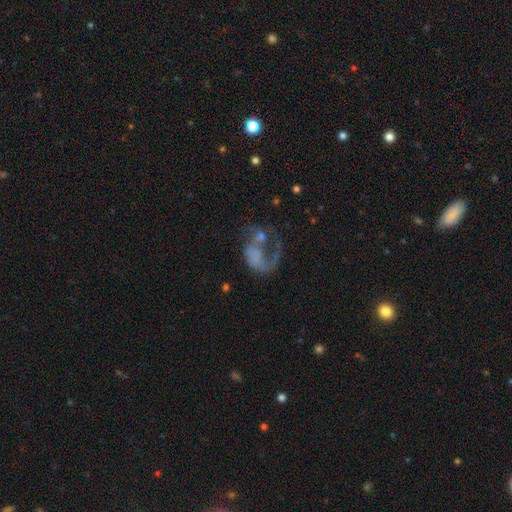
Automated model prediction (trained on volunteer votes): Q: Smooth or featured?
A: featured or disk (61%); runner-up: smooth (28%)
Q: Edge-on disk?
A: no (98%); runner-up: yes (2%)
Q: Bar?
A: no (82%); runner-up: weak (14%)
Q: Spiral arms?
A: yes (54%); runner-up: no (46%)
Q: Bulge size?
A: none (59%); runner-up: small (18%)
Q: Merging?
A: major disturbance (47%); runner-up: none (23%)